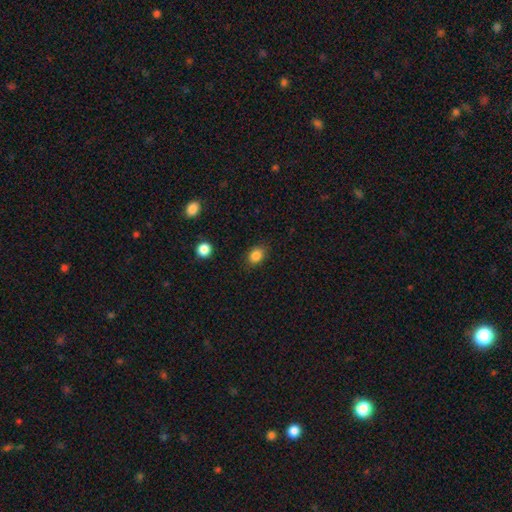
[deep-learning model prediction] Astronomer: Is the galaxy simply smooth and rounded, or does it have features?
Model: smooth — 85%.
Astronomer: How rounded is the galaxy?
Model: in between — 67%.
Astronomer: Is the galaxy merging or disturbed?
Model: none — 85%.